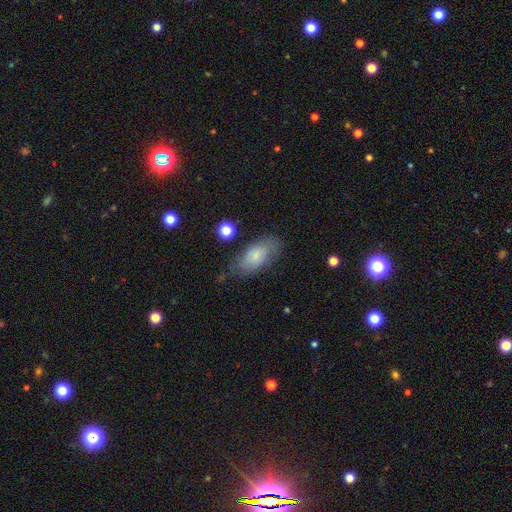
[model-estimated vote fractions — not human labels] Smooth or featured? Predicted: smooth (p=0.72). How rounded? Predicted: in between (p=0.88). Merging? Predicted: none (p=0.64).